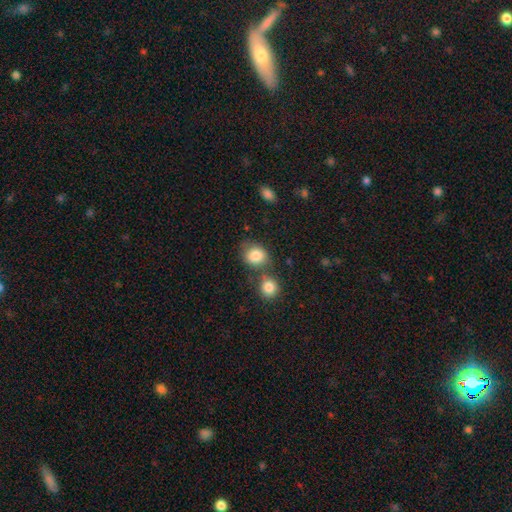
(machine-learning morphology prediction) This appears to be a smooth galaxy with no disk features (85%) that is round (66%). Merging: none (56%).